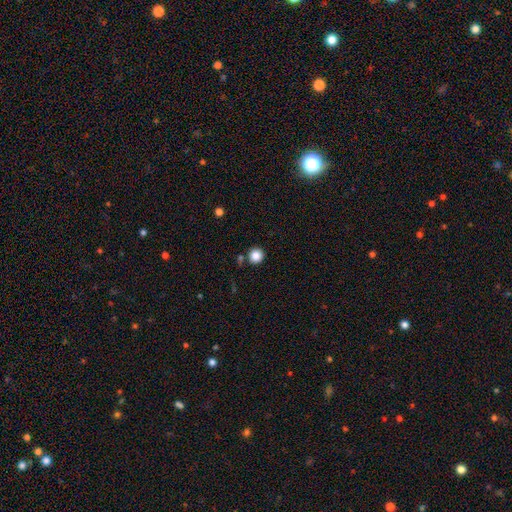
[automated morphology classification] A smooth galaxy with no disk features (85%) that is round (94%). Merging: none (85%).